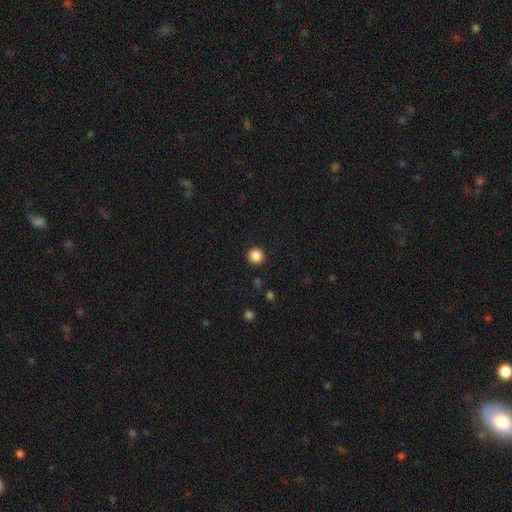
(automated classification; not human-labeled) Smooth or featured? smooth (87%)
How rounded? round (94%)
Merging? none (92%)